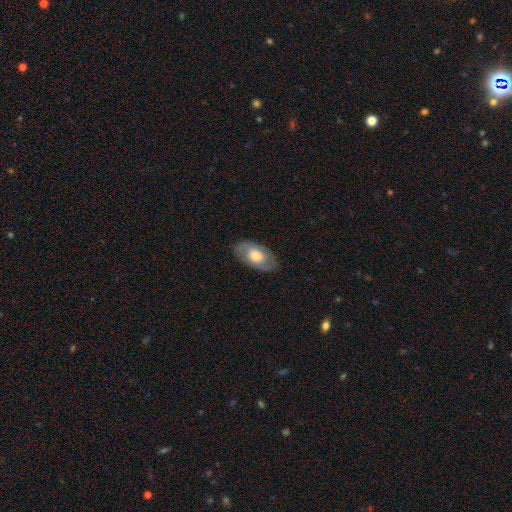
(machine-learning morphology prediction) A smooth galaxy with no disk features (58%) that is in between round and cigar-shaped (93%). Merging: none (83%).